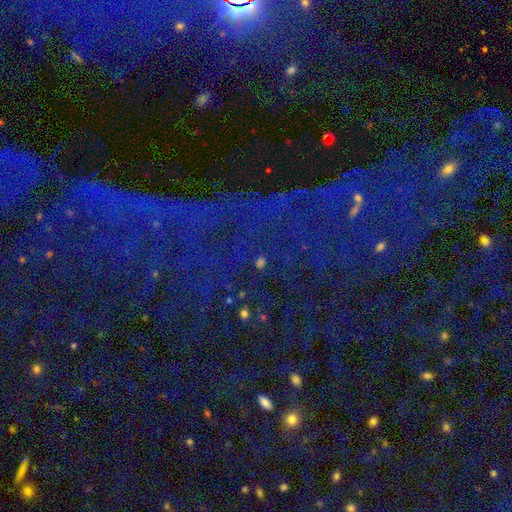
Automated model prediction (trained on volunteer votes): This is clearly a star or artifact rather than a galaxy (85%).